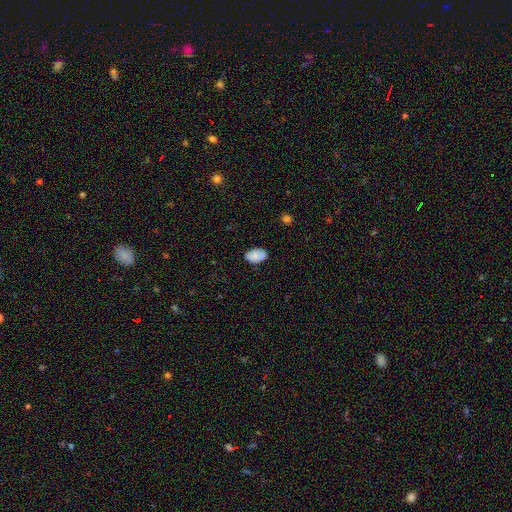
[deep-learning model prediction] Overall: smooth (85%). How rounded: in between (92%). Merging: none (78%).